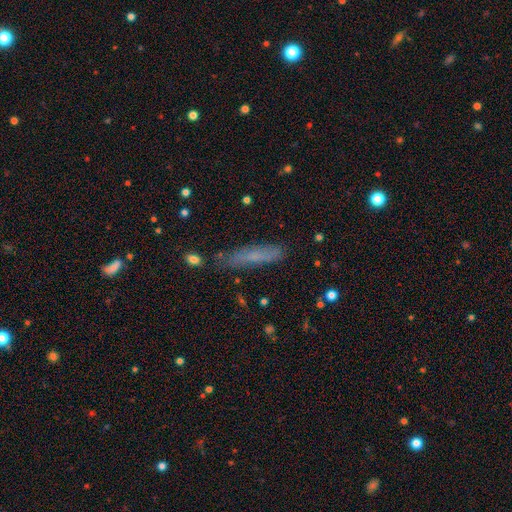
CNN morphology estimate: Smooth or featured? smooth (62%)
How rounded? cigar-shaped (86%)
Merging? none (78%)